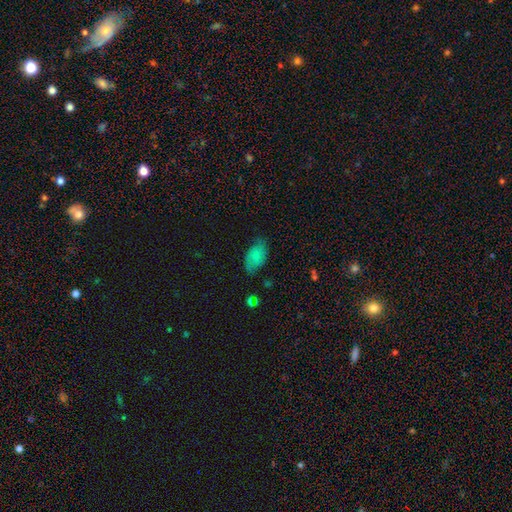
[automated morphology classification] A smooth galaxy with no disk features (59%) that is in between round and cigar-shaped (91%). Merging: none (71%).